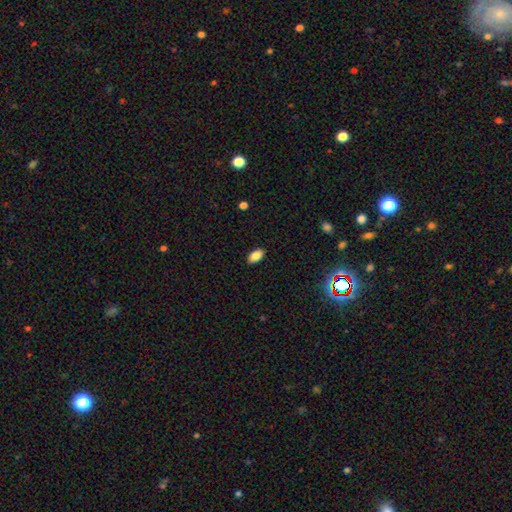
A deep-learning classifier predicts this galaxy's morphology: A smooth galaxy with no disk features (84%) that is in between round and cigar-shaped (92%).

Vote fractions:
- Smooth or featured? smooth: 84% / star or artifact: 8% / featured or disk: 8%
- How rounded? in between: 92% / cigar-shaped: 5% / round: 3%
- Merging? none: 89% / minor disturbance: 8% / major disturbance: 2% / merger: 1%